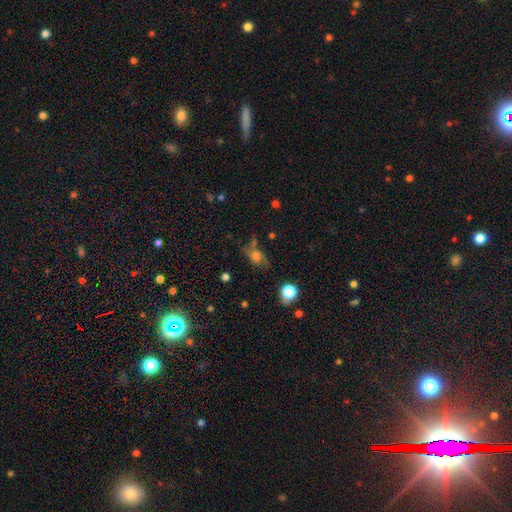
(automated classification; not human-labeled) Smooth or featured? smooth (58%)
How rounded? in between (61%)
Merging? none (54%)